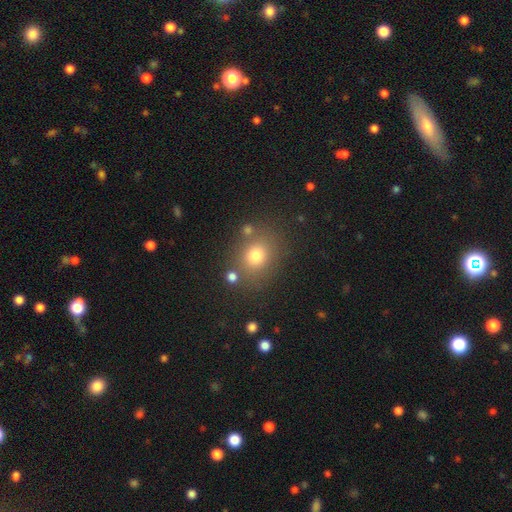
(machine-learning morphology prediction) A smooth galaxy with no disk features (75%) that is round (67%).

Vote fractions:
- Smooth or featured? smooth: 75% / star or artifact: 16% / featured or disk: 10%
- How rounded? round: 67% / in between: 32% / cigar-shaped: 1%
- Merging? none: 78% / minor disturbance: 11% / merger: 7% / major disturbance: 4%